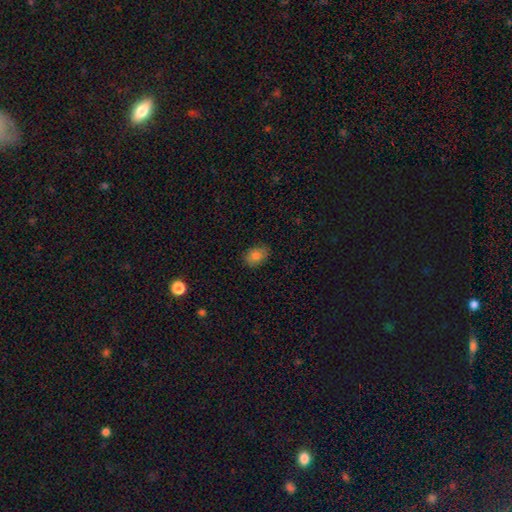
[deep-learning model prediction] A smooth galaxy with no disk features (82%) that is in between round and cigar-shaped (73%).

Vote fractions:
- Smooth or featured? smooth: 82% / star or artifact: 10% / featured or disk: 8%
- How rounded? in between: 73% / round: 26% / cigar-shaped: 1%
- Merging? none: 83% / minor disturbance: 14% / major disturbance: 3% / merger: 1%